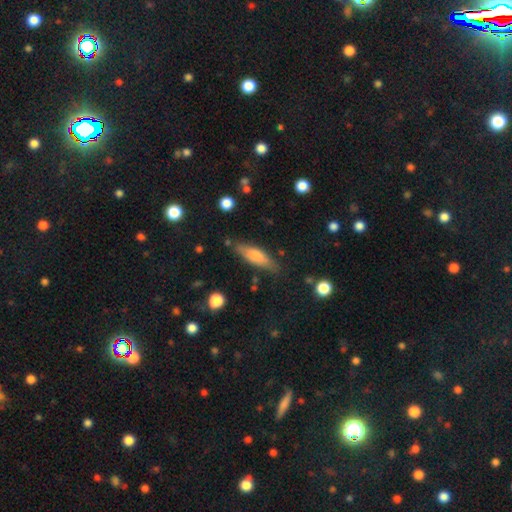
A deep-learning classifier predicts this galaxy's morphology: This appears to be a smooth galaxy with no disk features (69%) that is cigar-shaped (52%). Merging: none (78%).